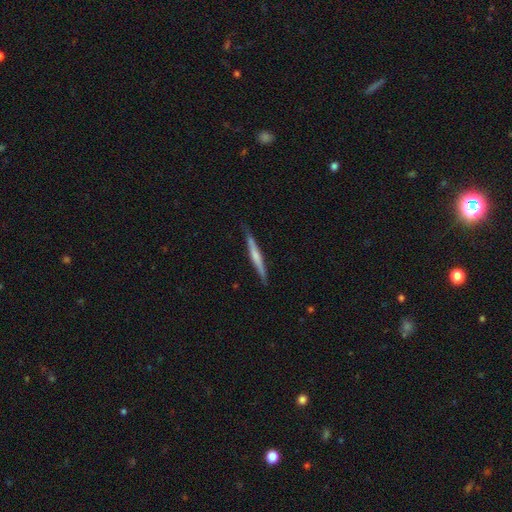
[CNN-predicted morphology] This appears to be a featured or disk galaxy (55%) viewed edge-on (97%) with a rounded central bulge (45%). Merging: none (85%).